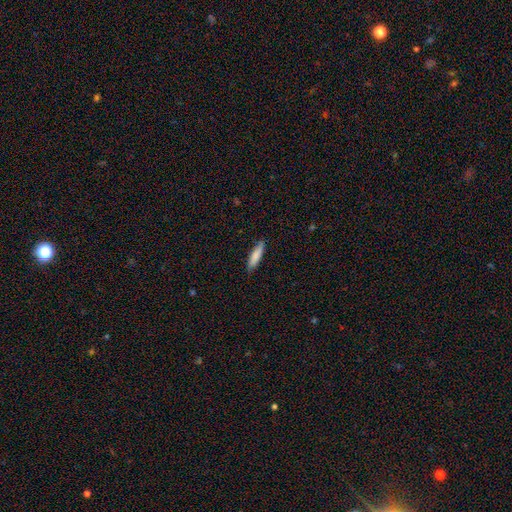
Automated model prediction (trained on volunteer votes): smooth_or_featured: smooth (p=0.83) [alt: featured or disk p=0.11]
how_rounded: cigar-shaped (p=0.73) [alt: in between p=0.25]
merging: none (p=0.84) [alt: minor disturbance p=0.13]